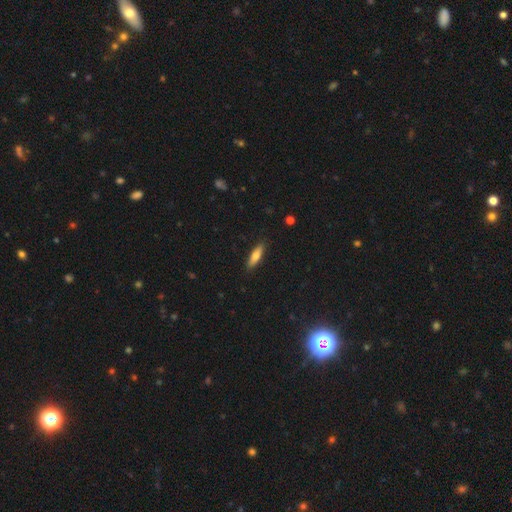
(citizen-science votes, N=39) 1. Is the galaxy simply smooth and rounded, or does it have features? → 77% smooth, 23% featured or disk, 0% star or artifact.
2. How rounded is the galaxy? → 53% cigar-shaped, 43% in between, 3% round.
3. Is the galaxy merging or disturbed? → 90% none, 10% minor disturbance, 0% major disturbance, 0% merger.